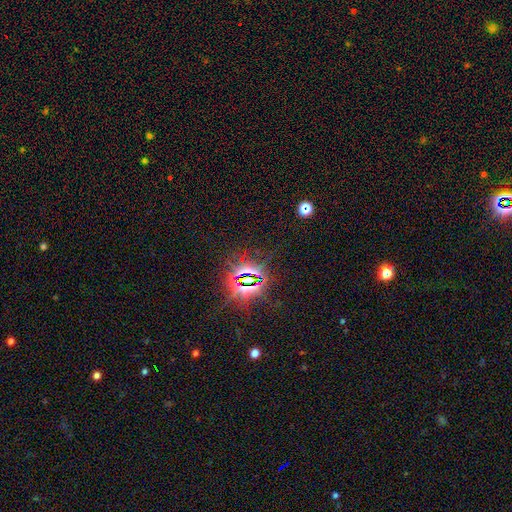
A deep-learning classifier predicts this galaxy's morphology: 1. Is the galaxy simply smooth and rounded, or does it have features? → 83% star or artifact, 9% smooth, 8% featured or disk.